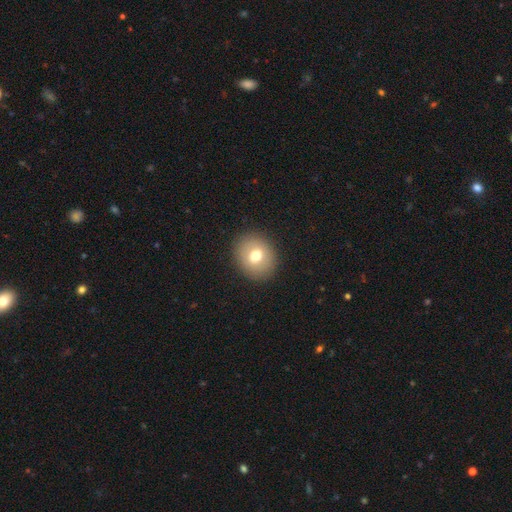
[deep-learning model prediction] Smooth or featured? Predicted: smooth (p=0.71). How rounded? Predicted: round (p=0.71). Merging? Predicted: none (p=0.90).